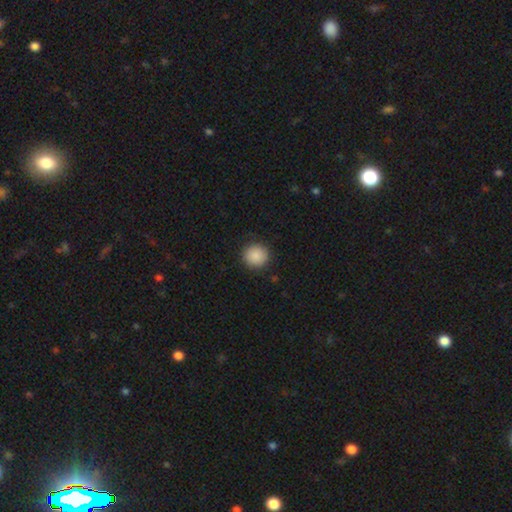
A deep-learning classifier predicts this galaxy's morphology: A smooth galaxy with no disk features (89%) that is round (94%). Merging: none (91%).